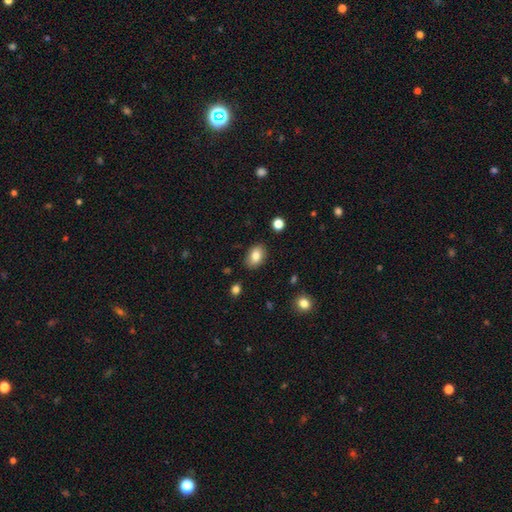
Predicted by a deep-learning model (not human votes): Smooth or featured? smooth (83%)
How rounded? in between (81%)
Merging? none (85%)